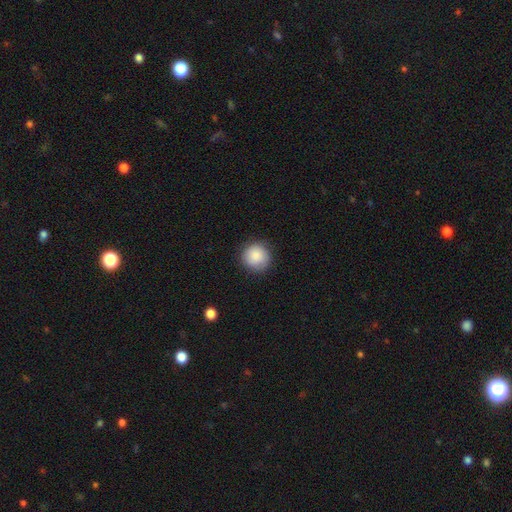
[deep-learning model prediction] Smooth or featured? smooth (87%)
How rounded? round (94%)
Merging? none (87%)